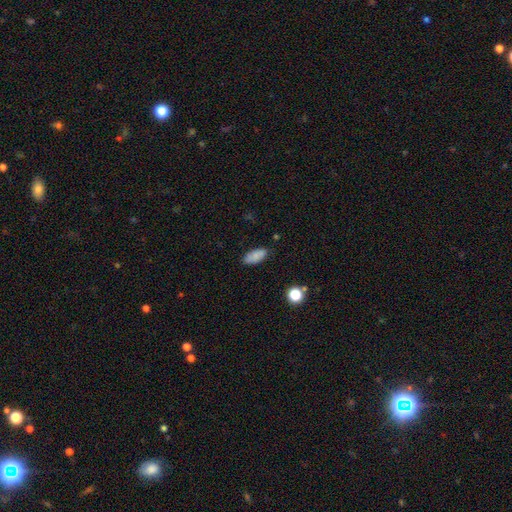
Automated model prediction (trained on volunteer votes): Overall: smooth (80%). How rounded: in between (89%). Merging: none (80%).